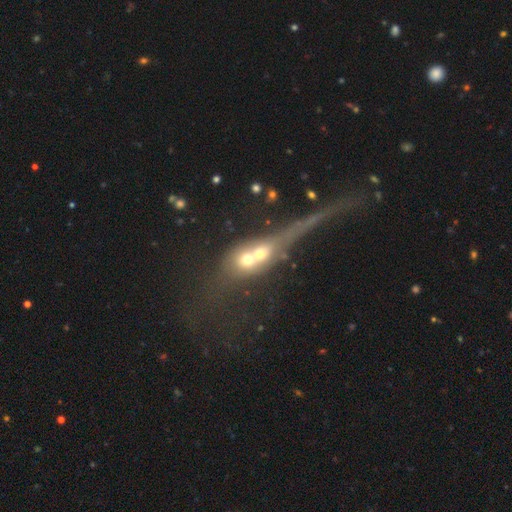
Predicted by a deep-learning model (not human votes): Overall: smooth (47%; featured or disk 37%). Merging: merger (68%).